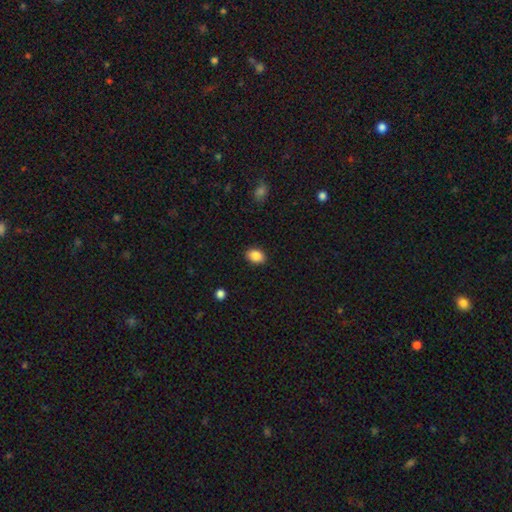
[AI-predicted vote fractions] smooth_or_featured: smooth (p=0.88) [alt: star or artifact p=0.08]
how_rounded: in between (p=0.77) [alt: round p=0.22]
merging: none (p=0.88) [alt: minor disturbance p=0.09]